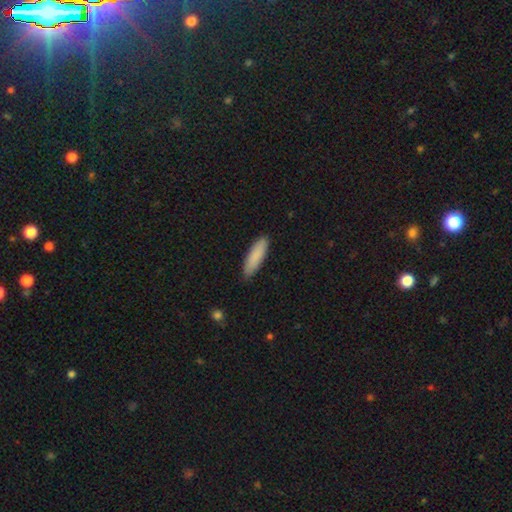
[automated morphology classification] smooth 88%, featured or disk 7%, star or artifact 6%. Down the decision tree: how rounded — cigar-shaped (61%); merging — none (87%).